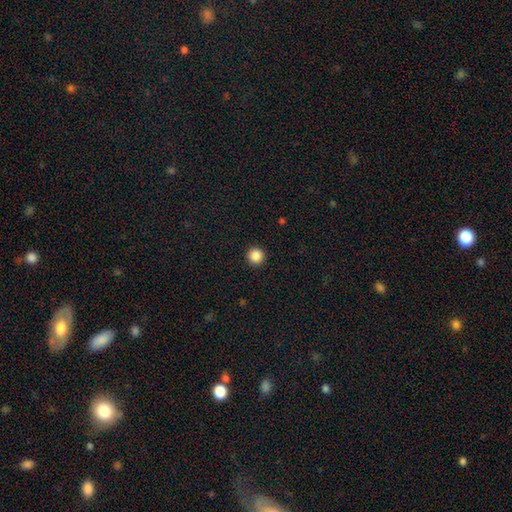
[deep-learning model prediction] Smooth or featured?
  - smooth: 87% *
  - star or artifact: 10%
  - featured or disk: 3%
How rounded?
  - round: 96% *
  - in between: 3%
  - cigar-shaped: 1%
Merging?
  - none: 94% *
  - minor disturbance: 4%
  - major disturbance: 2%
  - merger: 1%